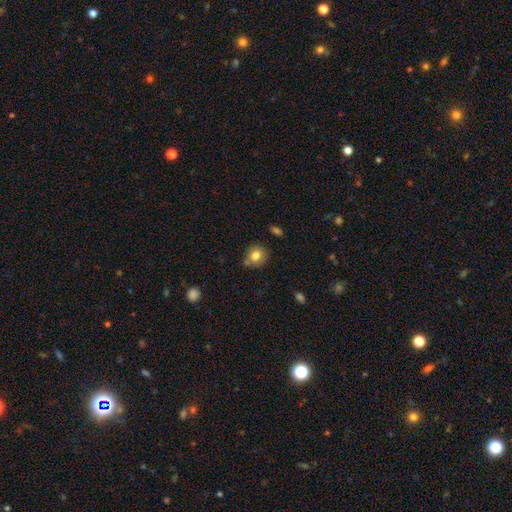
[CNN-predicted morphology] A smooth galaxy with no disk features (79%) that is round (71%).

Vote fractions:
- Smooth or featured? smooth: 79% / featured or disk: 11% / star or artifact: 10%
- How rounded? round: 71% / in between: 28% / cigar-shaped: 1%
- Merging? none: 72% / minor disturbance: 19% / merger: 6% / major disturbance: 4%